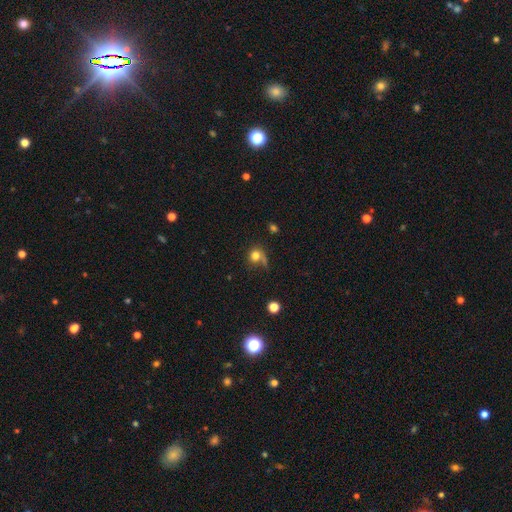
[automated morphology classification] smooth_or_featured: smooth (p=0.74) [alt: featured or disk p=0.15]
how_rounded: round (p=0.80) [alt: in between p=0.18]
merging: none (p=0.43) [alt: major disturbance p=0.25]